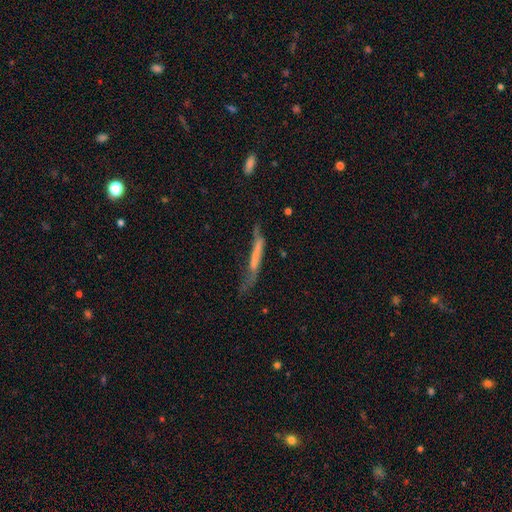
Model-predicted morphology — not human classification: A smooth galaxy with no disk features (45%, tied with featured or disk). Merging: none (41%).